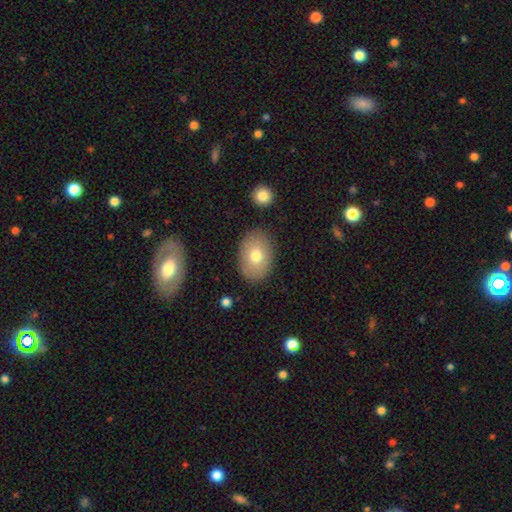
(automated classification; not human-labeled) smooth_or_featured: smooth (p=0.74) [alt: featured or disk p=0.18]
how_rounded: in between (p=0.82) [alt: round p=0.17]
merging: none (p=0.85) [alt: minor disturbance p=0.10]